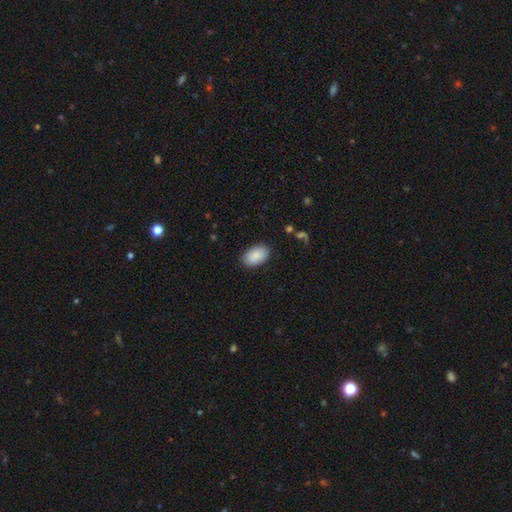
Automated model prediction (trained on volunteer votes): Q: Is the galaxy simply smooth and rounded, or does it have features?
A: smooth — 89%.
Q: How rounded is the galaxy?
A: in between — 93%.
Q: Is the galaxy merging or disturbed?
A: none — 86%.